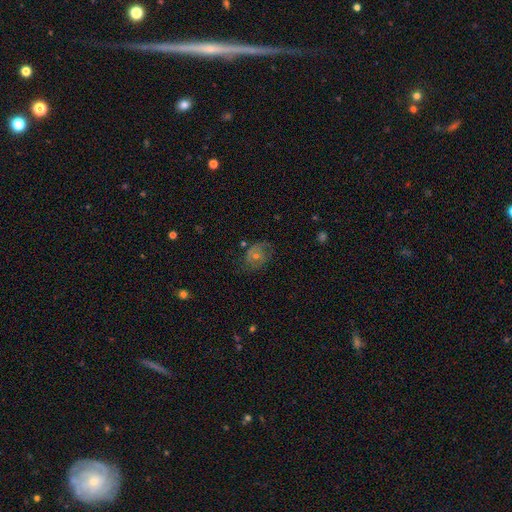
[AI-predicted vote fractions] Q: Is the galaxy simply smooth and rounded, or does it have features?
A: featured or disk — 58%.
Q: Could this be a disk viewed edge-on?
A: no — 96%.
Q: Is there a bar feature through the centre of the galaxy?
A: no — 72%.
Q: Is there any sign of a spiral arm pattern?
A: yes — 79%.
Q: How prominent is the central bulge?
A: small — 50%.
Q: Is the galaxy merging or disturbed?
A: none — 66%.